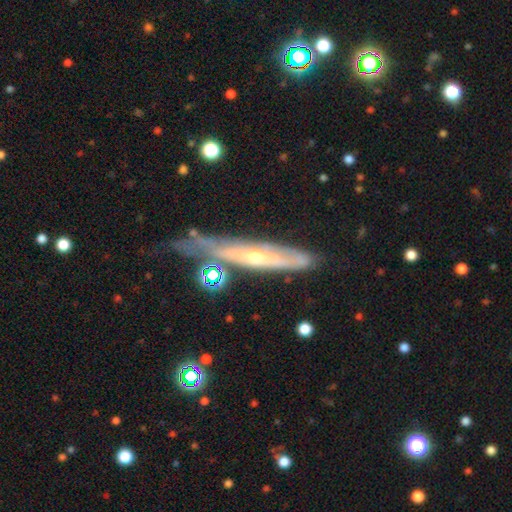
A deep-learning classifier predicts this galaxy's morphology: A featured or disk galaxy (69%) viewed edge-on (65%).

Vote fractions:
- Smooth or featured? featured or disk: 69% / smooth: 24% / star or artifact: 7%
- Edge-on disk? yes: 65% / no: 35%
- Merging? none: 52% / minor disturbance: 28% / major disturbance: 13% / merger: 7%